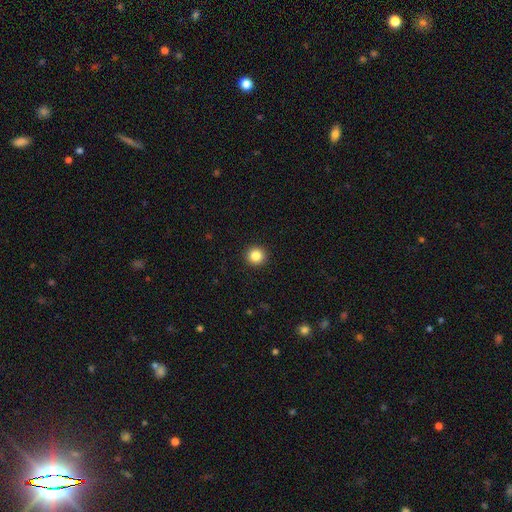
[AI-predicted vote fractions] Overall: smooth (85%). How rounded: round (95%). Merging: none (93%).